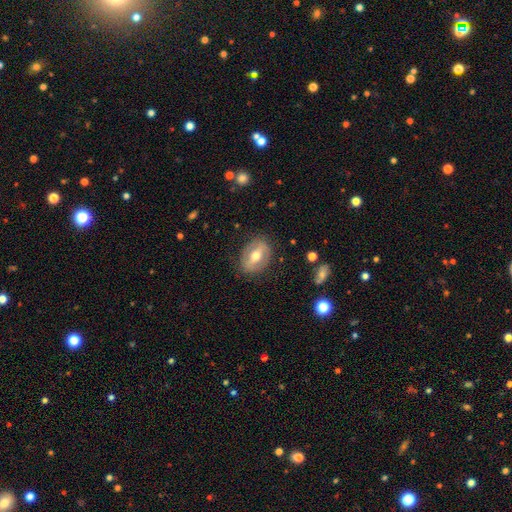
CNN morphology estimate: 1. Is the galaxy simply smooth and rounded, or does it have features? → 54% featured or disk, 39% smooth, 6% star or artifact.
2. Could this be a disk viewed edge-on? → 90% no, 10% yes.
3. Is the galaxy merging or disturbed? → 81% none, 13% minor disturbance, 5% major disturbance, 1% merger.